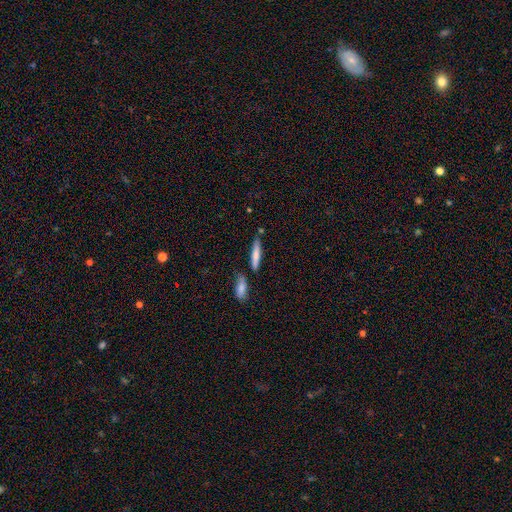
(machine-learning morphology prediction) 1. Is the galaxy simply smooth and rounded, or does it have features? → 72% smooth, 22% featured or disk, 6% star or artifact.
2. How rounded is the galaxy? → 86% cigar-shaped, 13% in between, 2% round.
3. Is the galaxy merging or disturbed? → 74% none, 13% minor disturbance, 10% merger, 3% major disturbance.